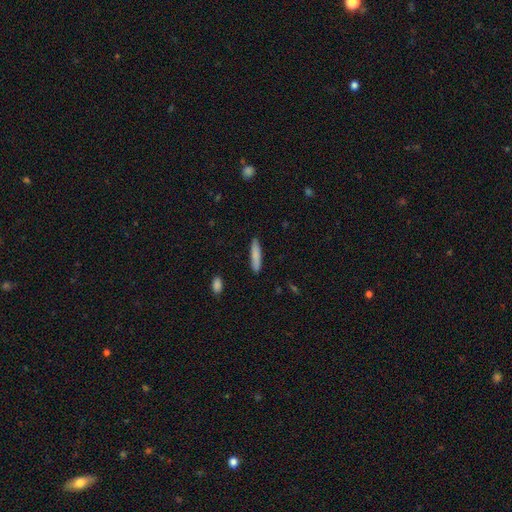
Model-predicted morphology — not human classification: Smooth or featured? smooth (83%)
How rounded? cigar-shaped (85%)
Merging? none (89%)